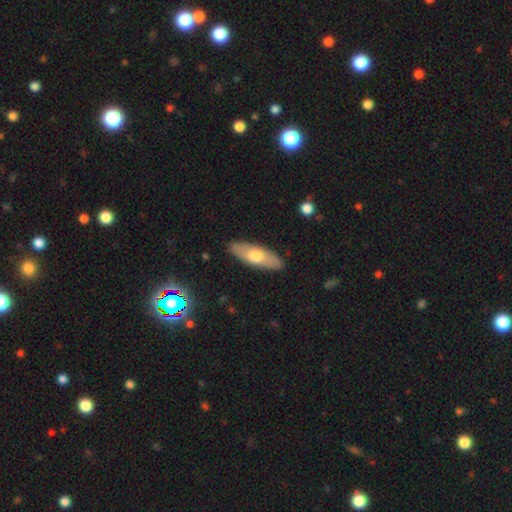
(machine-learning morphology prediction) smooth_or_featured: smooth (p=0.60) [alt: featured or disk p=0.35]
how_rounded: in between (p=0.58) [alt: cigar-shaped p=0.40]
merging: none (p=0.88) [alt: minor disturbance p=0.09]